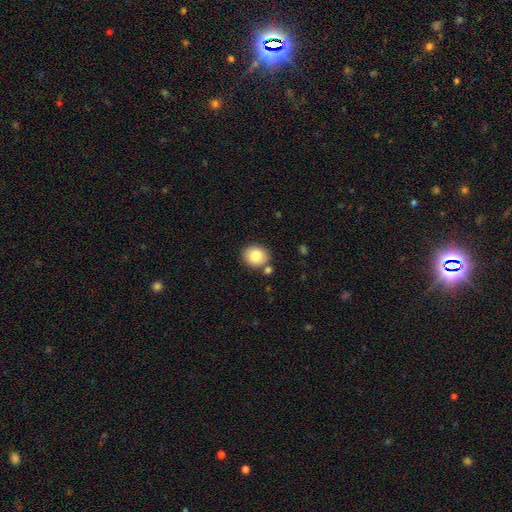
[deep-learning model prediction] This appears to be a smooth galaxy with no disk features (81%) that is round (72%). Merging: none (78%).